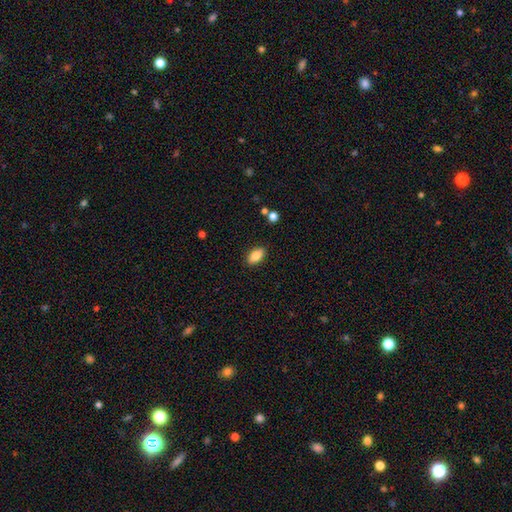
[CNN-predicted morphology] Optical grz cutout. It shows a smooth galaxy with no disk features (83%) that is in between round and cigar-shaped (89%). Merging: none (87%).